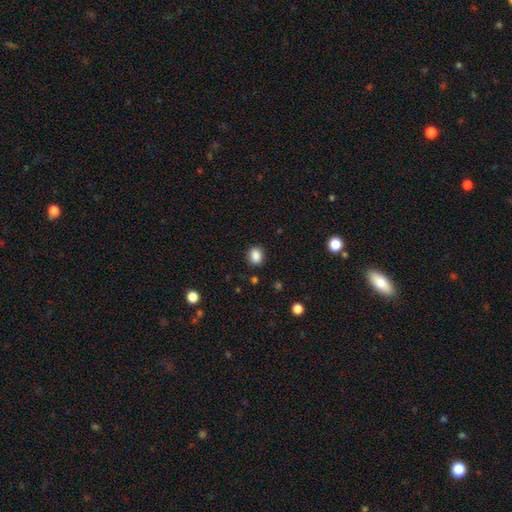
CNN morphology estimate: smooth-or-featured: smooth: 87% | star or artifact: 10% | featured or disk: 3%
  how-rounded: round: 51% | in between: 48% | cigar-shaped: 1%
  merging: none: 86% | minor disturbance: 9% | major disturbance: 3% | merger: 1%